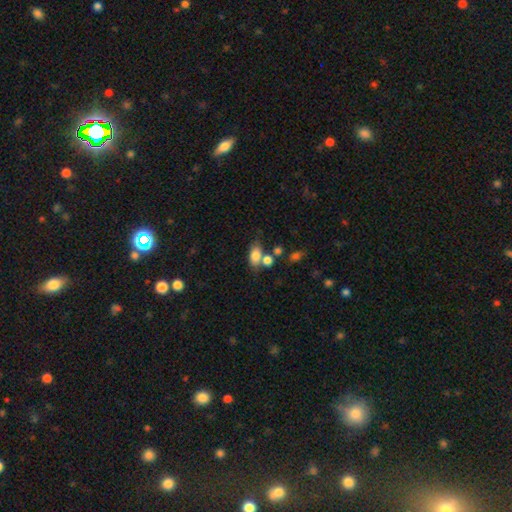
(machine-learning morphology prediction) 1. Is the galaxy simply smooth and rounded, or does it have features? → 79% smooth, 12% featured or disk, 9% star or artifact.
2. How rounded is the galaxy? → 85% in between, 10% round, 4% cigar-shaped.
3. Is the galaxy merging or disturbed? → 50% none, 29% merger, 15% minor disturbance, 6% major disturbance.